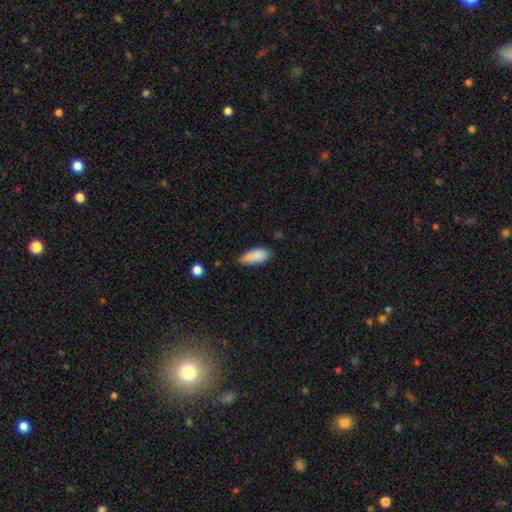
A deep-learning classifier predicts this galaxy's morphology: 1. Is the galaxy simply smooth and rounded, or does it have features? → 87% smooth, 7% star or artifact, 6% featured or disk.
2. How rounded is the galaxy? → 86% in between, 11% cigar-shaped, 2% round.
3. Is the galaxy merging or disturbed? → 64% none, 29% minor disturbance, 5% major disturbance, 2% merger.